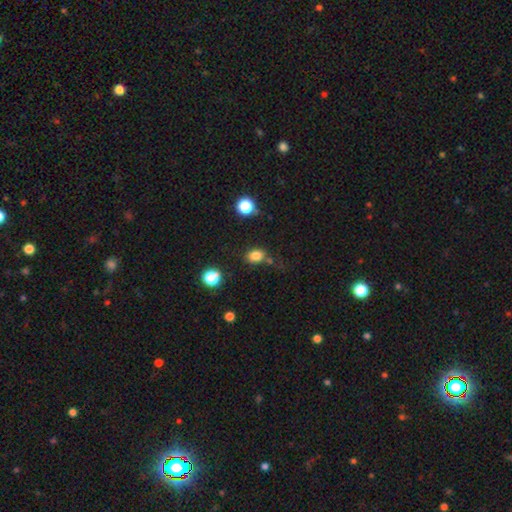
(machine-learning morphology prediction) Smooth or featured?
  - smooth: 81% *
  - star or artifact: 13%
  - featured or disk: 6%
How rounded?
  - in between: 59% *
  - round: 40%
  - cigar-shaped: 1%
Merging?
  - none: 69% *
  - minor disturbance: 16%
  - merger: 10%
  - major disturbance: 5%